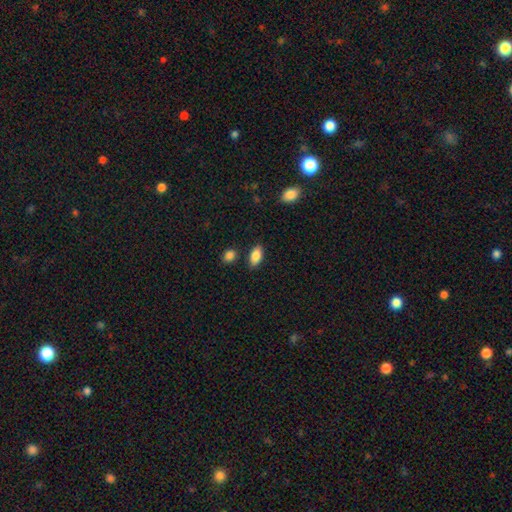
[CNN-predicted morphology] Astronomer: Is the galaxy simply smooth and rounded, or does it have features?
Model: smooth — 86%.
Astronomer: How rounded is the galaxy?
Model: in between — 91%.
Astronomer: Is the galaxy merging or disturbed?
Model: none — 84%.